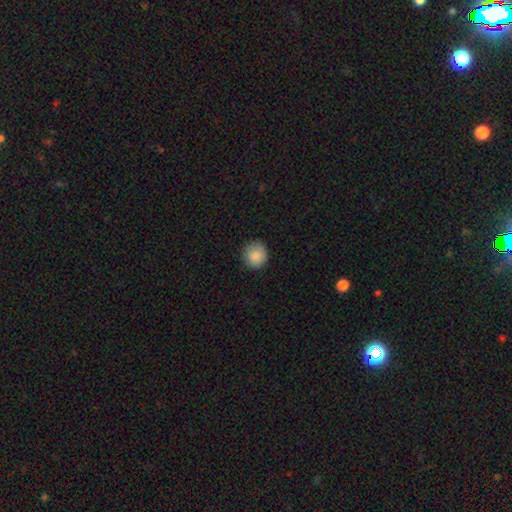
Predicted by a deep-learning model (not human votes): smooth_or_featured: smooth (p=0.88) [alt: star or artifact p=0.08]
how_rounded: round (p=0.91) [alt: in between p=0.08]
merging: none (p=0.86) [alt: minor disturbance p=0.11]